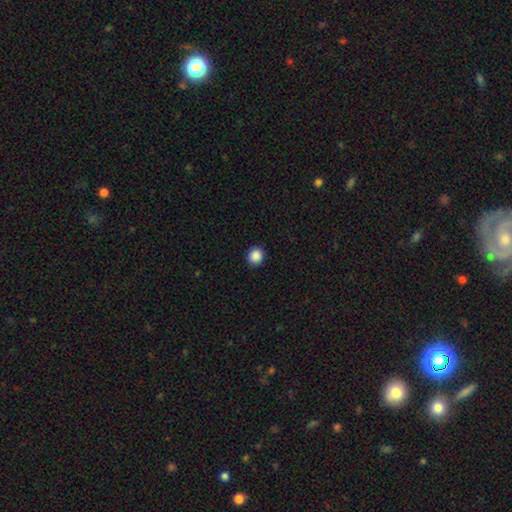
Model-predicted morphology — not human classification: The model was most divided on "how rounded": round: 89%, in between: 11%, cigar-shaped: 1%. More confident: merging — none (92%); smooth or featured — smooth (88%).